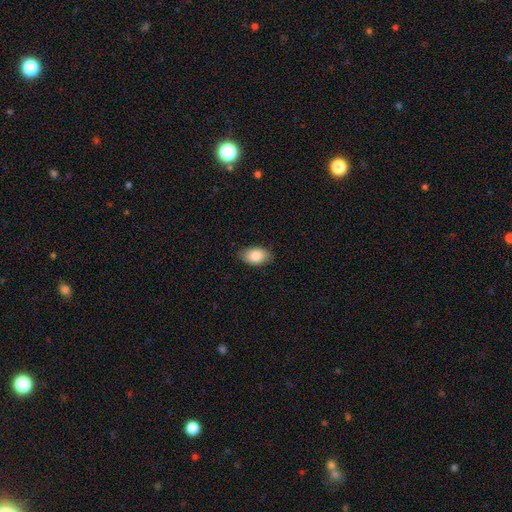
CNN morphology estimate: Smooth or featured: smooth — 85% (featured or disk — 8%)
How rounded: in between — 92% (round — 7%)
Merging: none — 85% (minor disturbance — 12%)